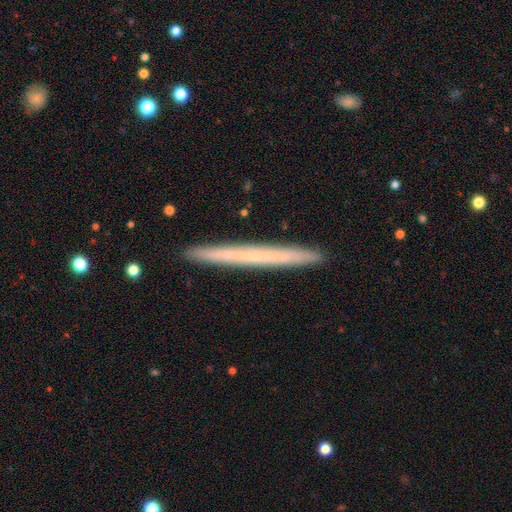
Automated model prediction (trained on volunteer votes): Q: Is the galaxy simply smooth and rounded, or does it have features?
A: smooth — 49%.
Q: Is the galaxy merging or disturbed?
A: none — 92%.